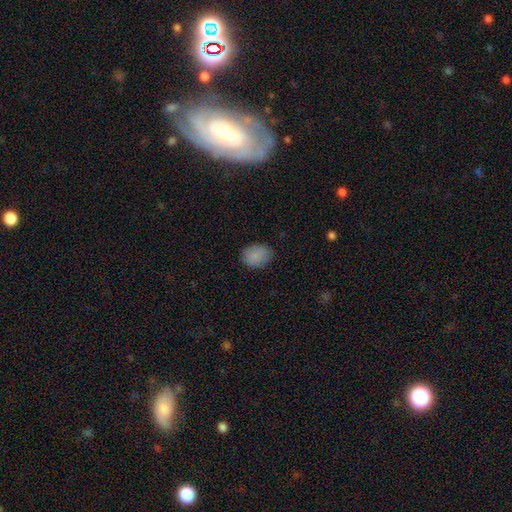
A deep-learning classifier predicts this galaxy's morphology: Smooth or featured?
  - smooth: 87% *
  - star or artifact: 9%
  - featured or disk: 4%
How rounded?
  - in between: 61% *
  - round: 38%
  - cigar-shaped: 1%
Merging?
  - none: 82% *
  - minor disturbance: 14%
  - major disturbance: 3%
  - merger: 1%